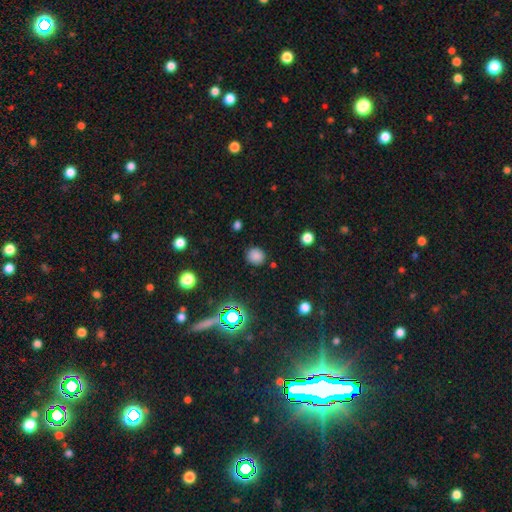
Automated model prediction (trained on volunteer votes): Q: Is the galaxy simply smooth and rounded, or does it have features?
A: smooth — 78%.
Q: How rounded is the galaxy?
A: round — 86%.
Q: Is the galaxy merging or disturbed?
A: none — 85%.